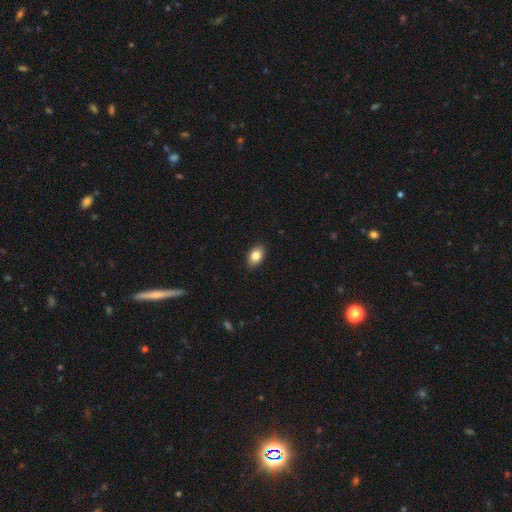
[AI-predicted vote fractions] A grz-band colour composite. It shows a smooth galaxy with no disk features (84%) that is in between round and cigar-shaped (86%). Merging: none (89%).